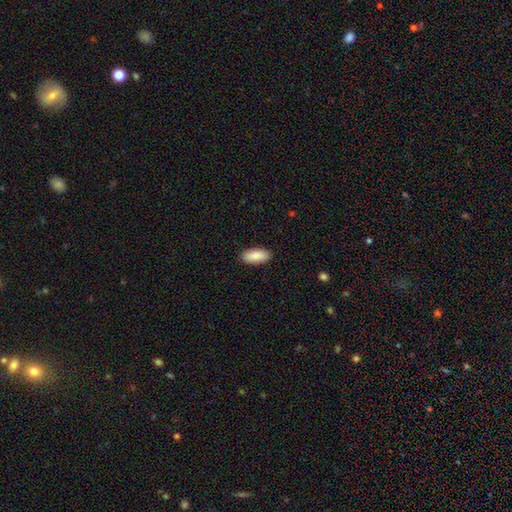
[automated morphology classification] A smooth galaxy with no disk features (89%) that is in between round and cigar-shaped (87%).

Vote fractions:
- Smooth or featured? smooth: 89% / star or artifact: 6% / featured or disk: 6%
- How rounded? in between: 87% / cigar-shaped: 11% / round: 2%
- Merging? none: 90% / minor disturbance: 7% / major disturbance: 2% / merger: 1%